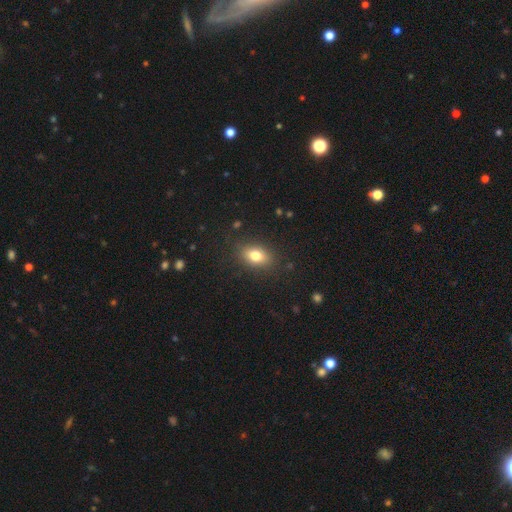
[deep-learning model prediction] Overall: smooth (79%). How rounded: in between (79%). Merging: none (84%).